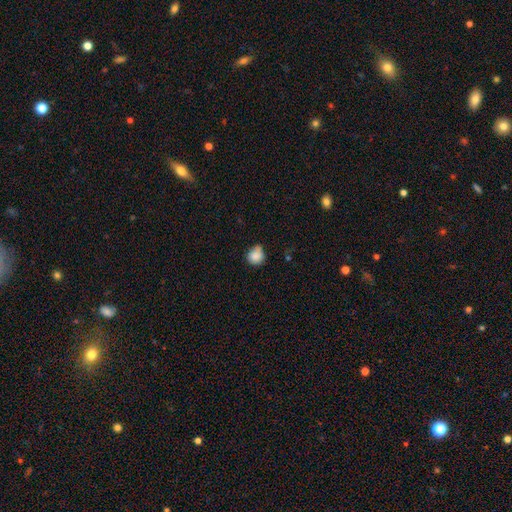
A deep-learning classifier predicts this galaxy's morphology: Q: Smooth or featured?
A: smooth (85%); runner-up: star or artifact (9%)
Q: How rounded?
A: round (83%); runner-up: in between (16%)
Q: Merging?
A: none (56%); runner-up: minor disturbance (33%)